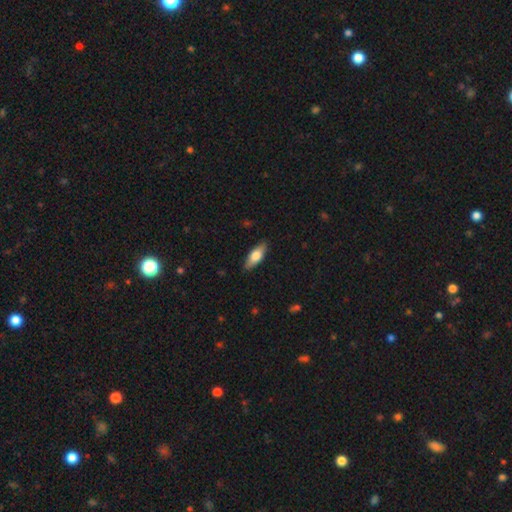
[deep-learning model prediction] Smooth or featured? Predicted: smooth (p=0.70). How rounded? Predicted: in between (p=0.70). Merging? Predicted: none (p=0.88).